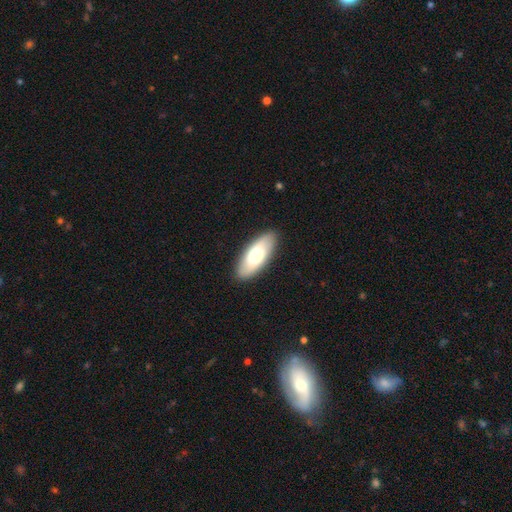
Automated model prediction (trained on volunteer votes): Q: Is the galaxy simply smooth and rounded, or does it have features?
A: smooth — 68%.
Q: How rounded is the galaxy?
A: in between — 79%.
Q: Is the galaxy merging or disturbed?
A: none — 89%.